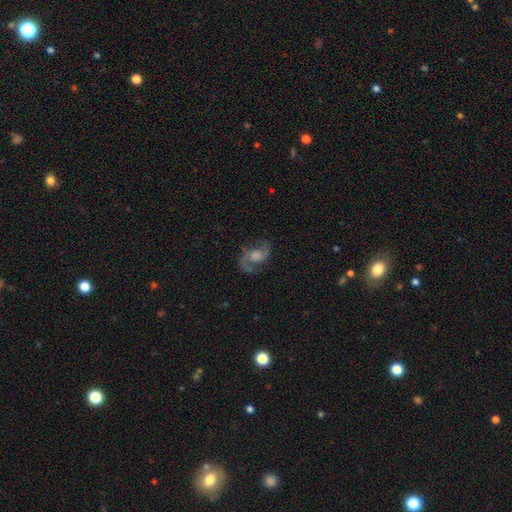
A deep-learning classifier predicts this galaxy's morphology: smooth_or_featured: featured or disk (p=0.84) [alt: smooth p=0.10]
disk_edge_on: no (p=0.97) [alt: yes p=0.03]
bar: no (p=0.58) [alt: weak p=0.35]
has_spiral_arms: yes (p=0.96) [alt: no p=0.04]
spiral_winding: medium (p=0.49) [alt: loose p=0.40]
spiral_arm_count: 2 (p=0.92) [alt: can't tell p=0.02]
bulge_size: large (p=0.30) [tied with: moderate p=0.30]
merging: none (p=0.75) [alt: minor disturbance p=0.15]